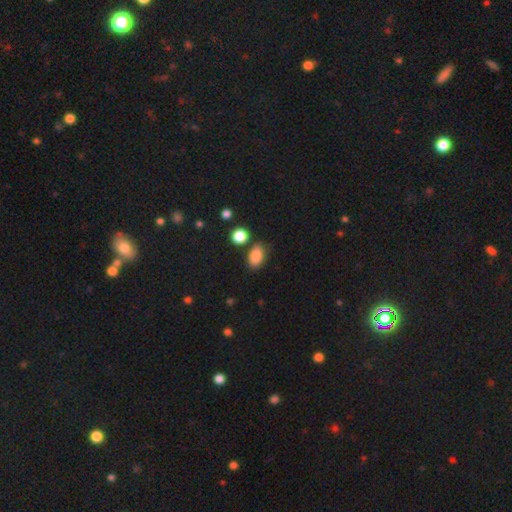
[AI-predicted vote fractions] Smooth or featured? smooth (86%)
How rounded? in between (87%)
Merging? none (76%)